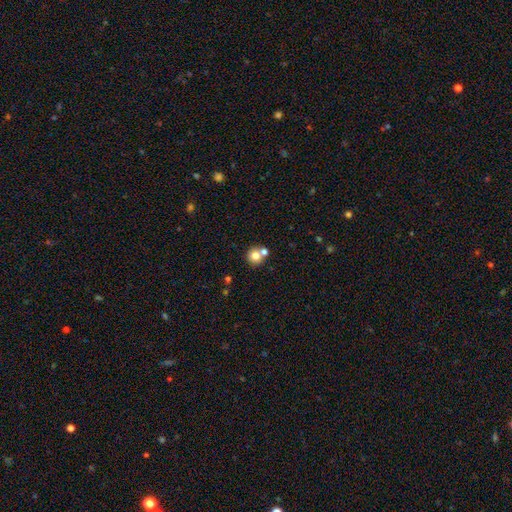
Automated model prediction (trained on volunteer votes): Overall: smooth (77%). How rounded: round (91%). Merging: none (60%; merger 30%).